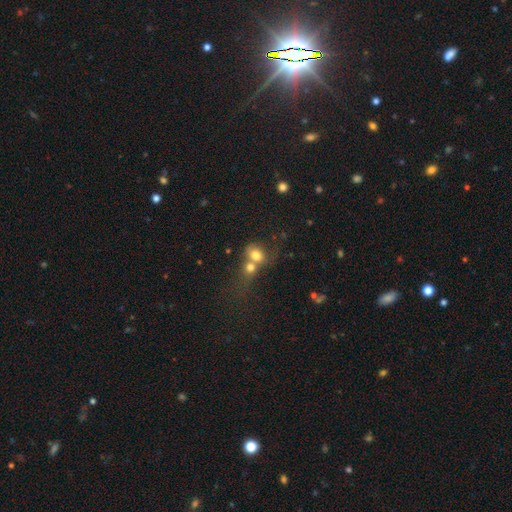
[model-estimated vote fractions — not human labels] Smooth or featured: smooth — 73% (featured or disk — 16%)
How rounded: round — 59% (in between — 40%)
Merging: merger — 67% (none — 20%)